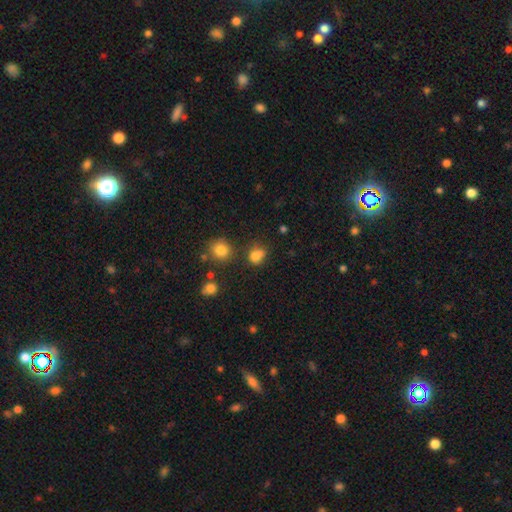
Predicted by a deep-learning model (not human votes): smooth 79%, star or artifact 14%, featured or disk 7%. Down the decision tree: how rounded — round (56%); merging — none (54%).